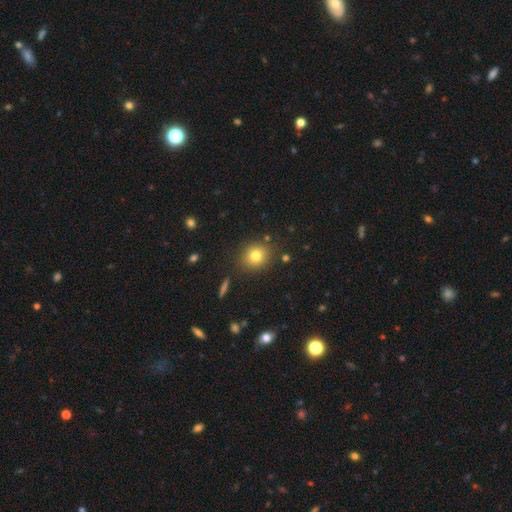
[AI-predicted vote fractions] The model was most divided on "how rounded": round: 79%, in between: 20%, cigar-shaped: 1%. More confident: merging — none (86%); smooth or featured — smooth (79%).